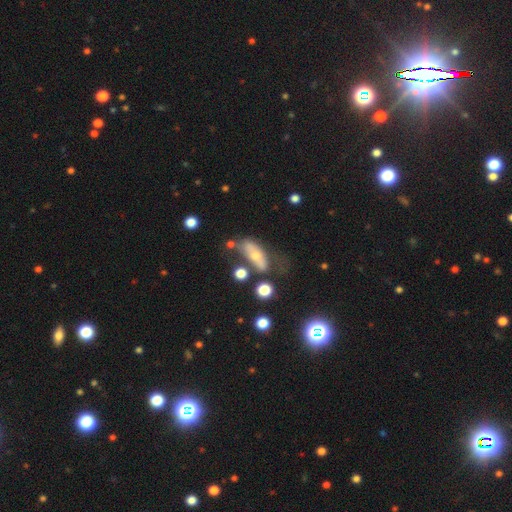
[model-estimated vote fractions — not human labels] This is possibly a smooth galaxy (51%). How rounded: likely in between (70%). Merging: marginally none (36%).